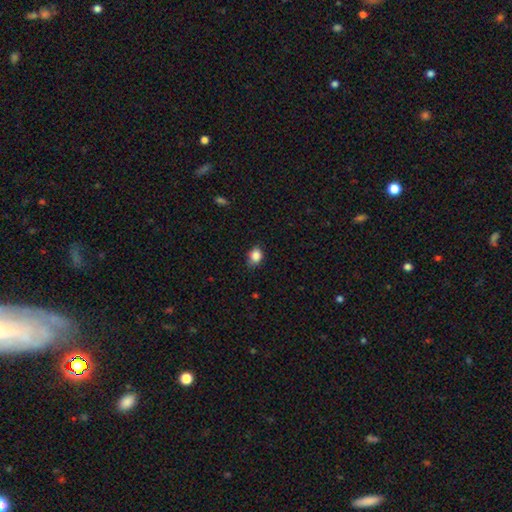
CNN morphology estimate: smooth 86%, star or artifact 9%, featured or disk 4%. Down the decision tree: how rounded — in between (51%); merging — none (74%).